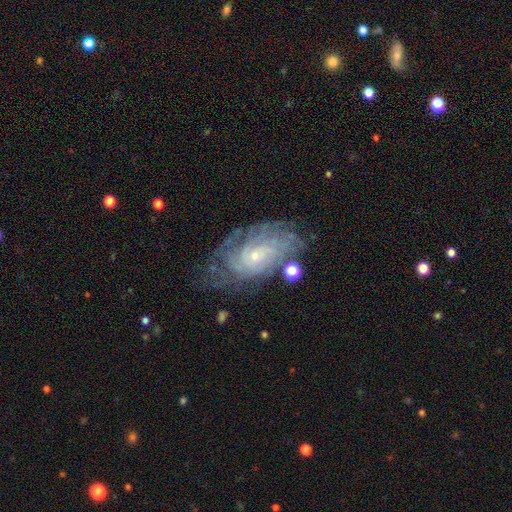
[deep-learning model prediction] Smooth or featured?
  - featured or disk: 80% *
  - smooth: 12%
  - star or artifact: 8%
Edge-on disk?
  - no: 95% *
  - yes: 5%
Bar?
  - no: 72% *
  - weak: 23%
  - strong: 5%
Spiral arms?
  - yes: 91% *
  - no: 9%
Spiral winding?
  - tight: 72% *
  - medium: 22%
  - loose: 6%
Spiral arm count?
  - can't tell: 52% *
  - 4: 14%
  - 2: 10%
  - 3: 10%
  - more than 4: 9%
  - 1: 5%
Bulge size?
  - small: 81% *
  - moderate: 15%
  - none: 2%
  - large: 1%
  - dominant: 1%
Merging?
  - none: 61% *
  - minor disturbance: 22%
  - major disturbance: 13%
  - merger: 4%